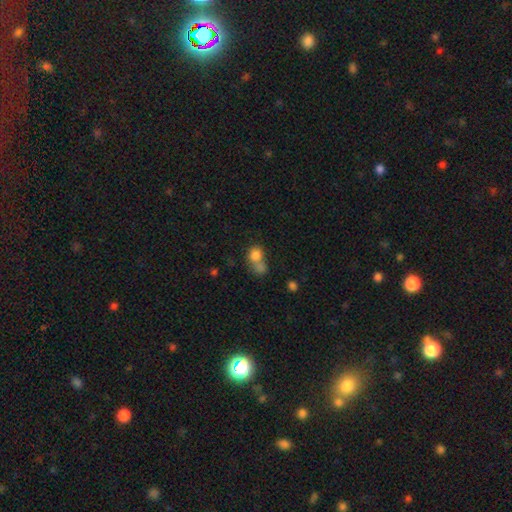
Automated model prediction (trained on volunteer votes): A smooth galaxy with no disk features (80%) that is round (72%). Merging: merger (53%).